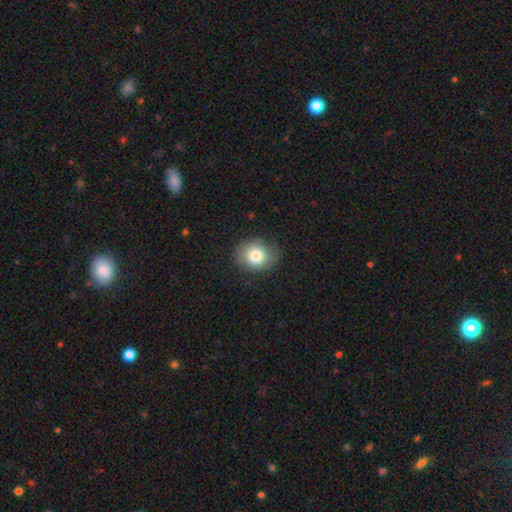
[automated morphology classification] A smooth galaxy with no disk features (80%) that is round (63%). Merging: none (81%).